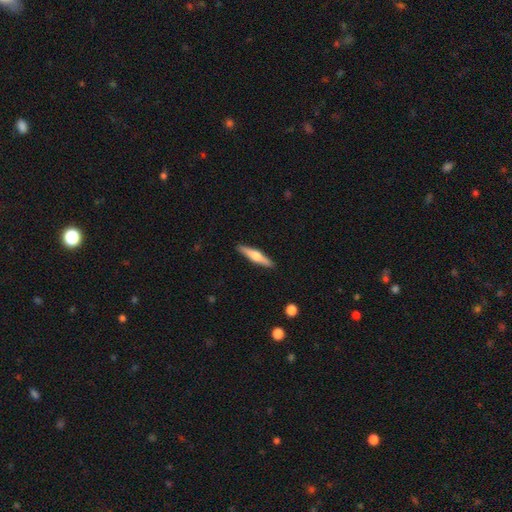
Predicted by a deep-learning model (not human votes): A featured or disk galaxy (52%) viewed edge-on (96%) with a rounded central bulge (91%). Merging: none (91%).